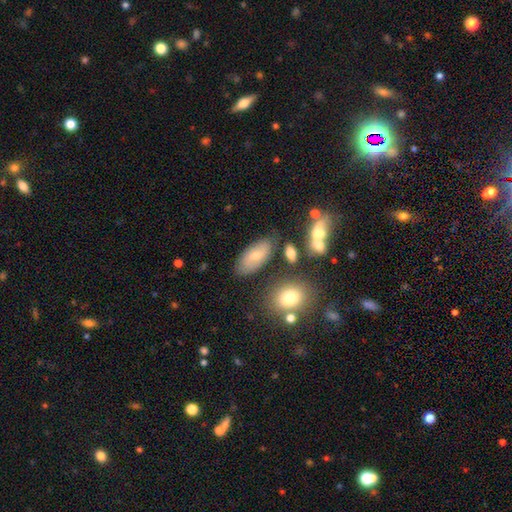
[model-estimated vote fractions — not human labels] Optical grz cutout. It shows a smooth galaxy with no disk features (60%) that is in between round and cigar-shaped (89%). Merging: none (73%).